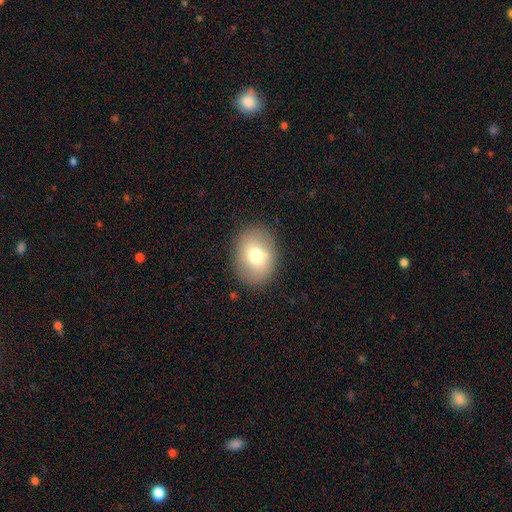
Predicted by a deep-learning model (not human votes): Smooth or featured: smooth — 71% (featured or disk — 19%)
How rounded: in between — 58% (round — 41%)
Merging: none — 83% (minor disturbance — 11%)